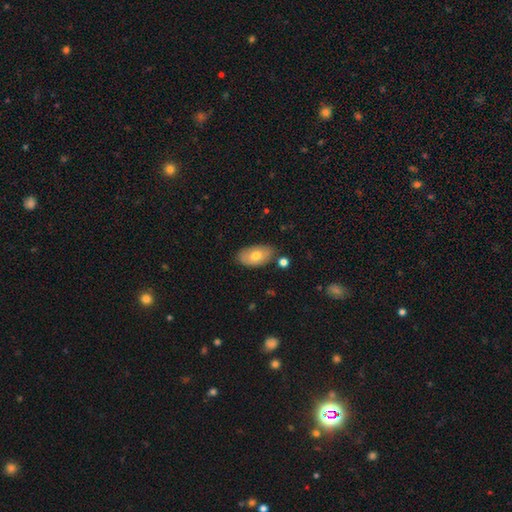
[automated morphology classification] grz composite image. It shows a smooth galaxy with no disk features (69%) that is in between round and cigar-shaped (93%). Merging: none (75%).